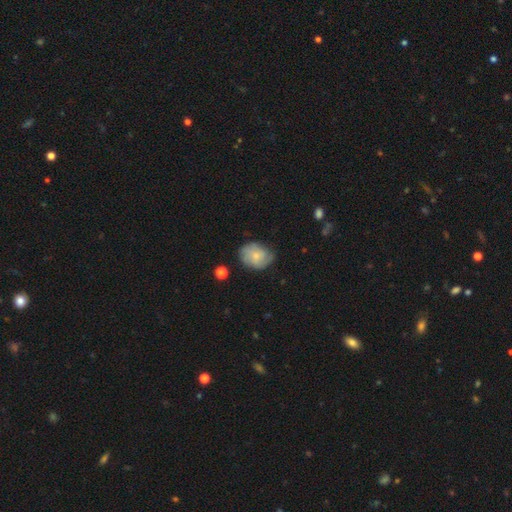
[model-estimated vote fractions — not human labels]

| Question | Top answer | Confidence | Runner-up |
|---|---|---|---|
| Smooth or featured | smooth | 53% | featured or disk (40%) |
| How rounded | in between | 53% | round (46%) |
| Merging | none | 65% | minor disturbance (26%) |